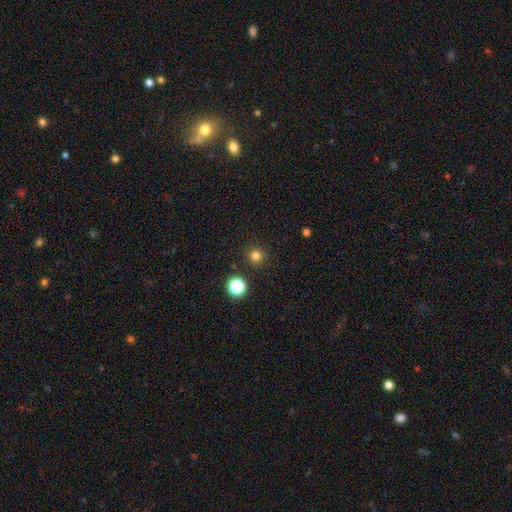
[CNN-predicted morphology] The model was most divided on "smooth or featured": smooth: 79%, star or artifact: 17%, featured or disk: 4%. More confident: how rounded — round (96%); merging — none (92%).